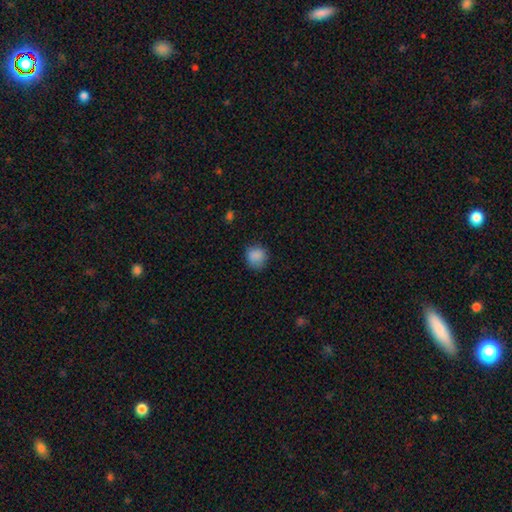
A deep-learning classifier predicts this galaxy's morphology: Smooth or featured: smooth — 88% (star or artifact — 9%)
How rounded: round — 87% (in between — 12%)
Merging: none — 83% (minor disturbance — 13%)